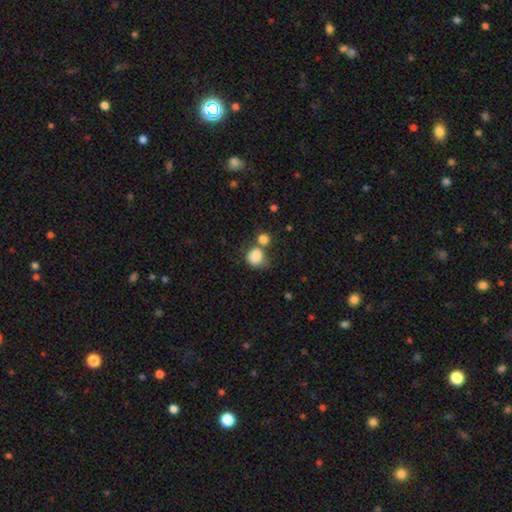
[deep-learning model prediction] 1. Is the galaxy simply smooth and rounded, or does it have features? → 85% smooth, 9% star or artifact, 6% featured or disk.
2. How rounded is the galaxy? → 73% round, 26% in between, 1% cigar-shaped.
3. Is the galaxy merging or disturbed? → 42% none, 35% merger, 15% minor disturbance, 8% major disturbance.